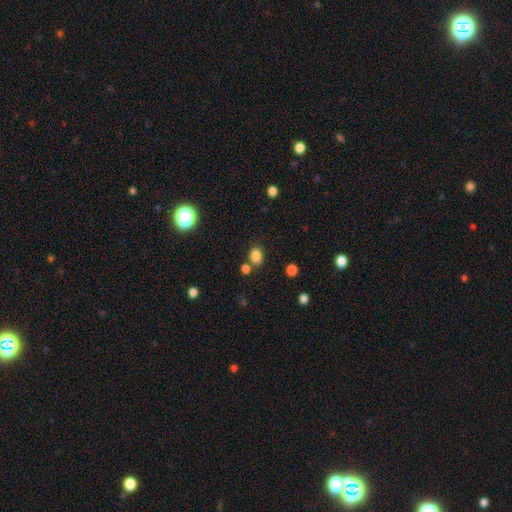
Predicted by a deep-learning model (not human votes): Q: Smooth or featured?
A: smooth (82%); runner-up: star or artifact (12%)
Q: How rounded?
A: in between (64%); runner-up: round (35%)
Q: Merging?
A: none (65%); runner-up: merger (16%)